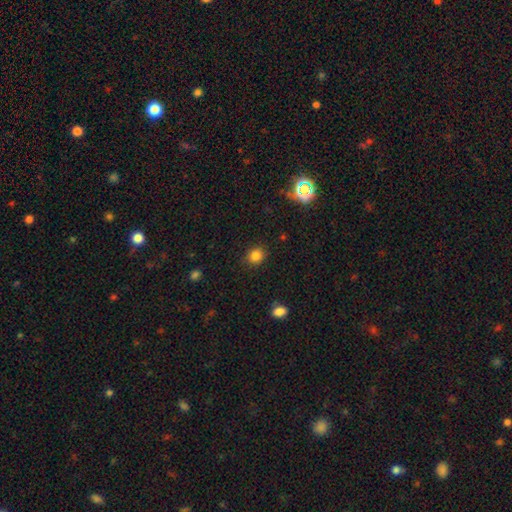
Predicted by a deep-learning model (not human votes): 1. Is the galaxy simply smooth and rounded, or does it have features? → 83% smooth, 13% star or artifact, 4% featured or disk.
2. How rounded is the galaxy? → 72% round, 27% in between, 1% cigar-shaped.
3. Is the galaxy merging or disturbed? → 87% none, 9% minor disturbance, 3% major disturbance, 1% merger.